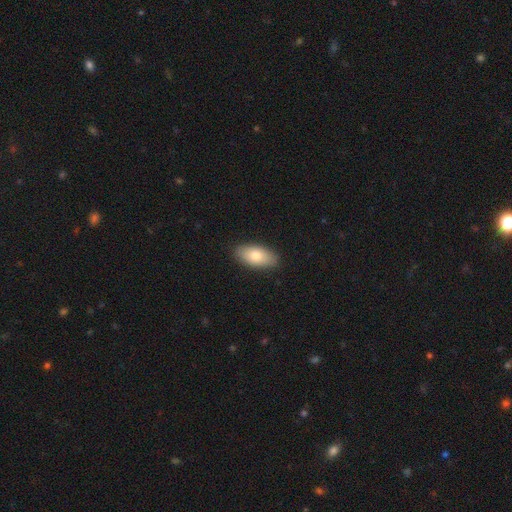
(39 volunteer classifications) Q: Smooth or featured?
A: smooth (77%); runner-up: featured or disk (23%)
Q: How rounded?
A: in between (90%); runner-up: cigar-shaped (7%)
Q: Merging?
A: none (85%); runner-up: minor disturbance (10%)